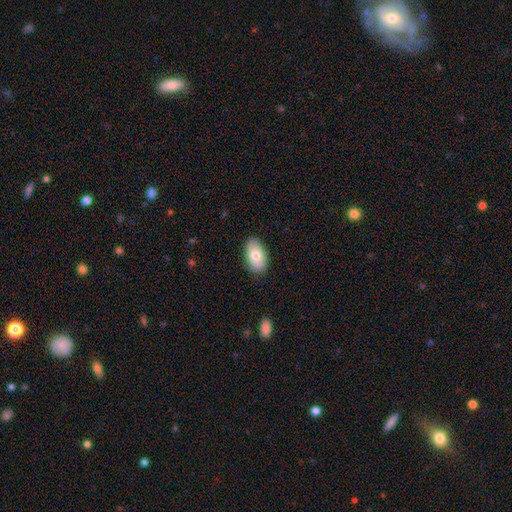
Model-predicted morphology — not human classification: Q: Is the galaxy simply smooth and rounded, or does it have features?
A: smooth — 73%.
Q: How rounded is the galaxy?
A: in between — 92%.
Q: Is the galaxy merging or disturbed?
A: none — 85%.